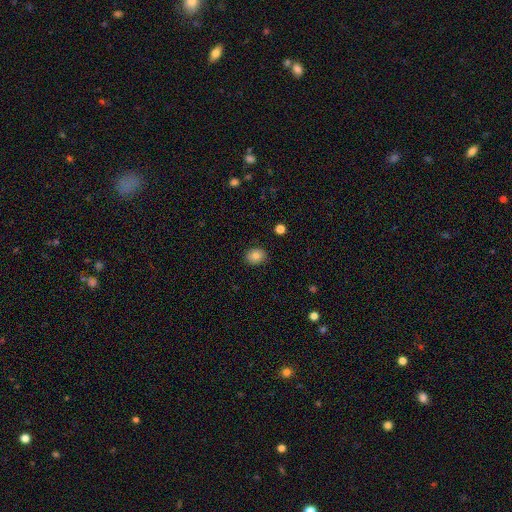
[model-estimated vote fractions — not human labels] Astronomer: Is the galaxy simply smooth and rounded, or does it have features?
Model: smooth — 81%.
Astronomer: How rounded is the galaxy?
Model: round — 57% (runner-up: in between, 42%).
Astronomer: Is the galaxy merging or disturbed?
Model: none — 88%.